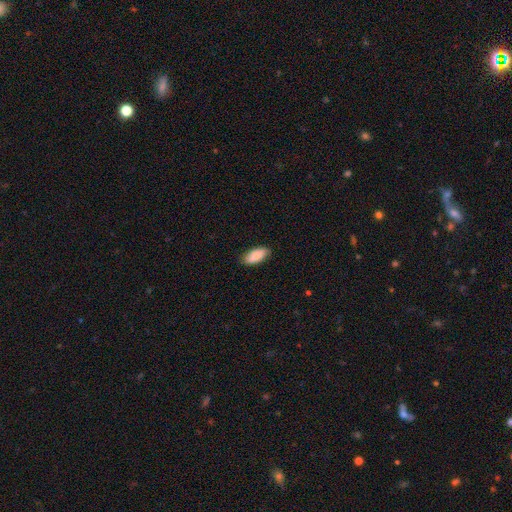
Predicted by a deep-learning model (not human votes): This is clearly a smooth galaxy (87%). How rounded: clearly in between (86%). Merging: clearly none (82%).